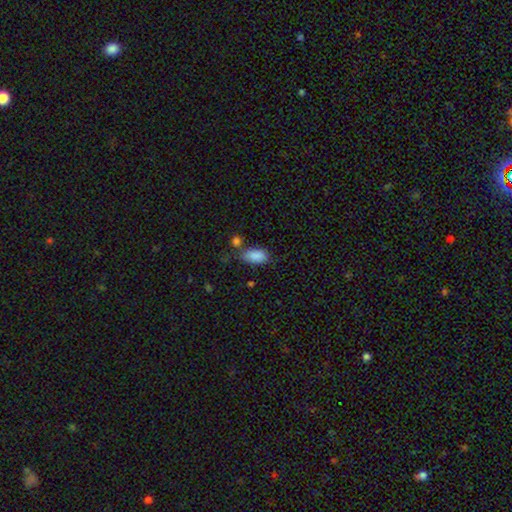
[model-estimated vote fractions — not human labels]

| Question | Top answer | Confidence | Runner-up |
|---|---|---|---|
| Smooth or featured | smooth | 87% | star or artifact (8%) |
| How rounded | in between | 92% | round (4%) |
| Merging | none | 58% | minor disturbance (23%) |